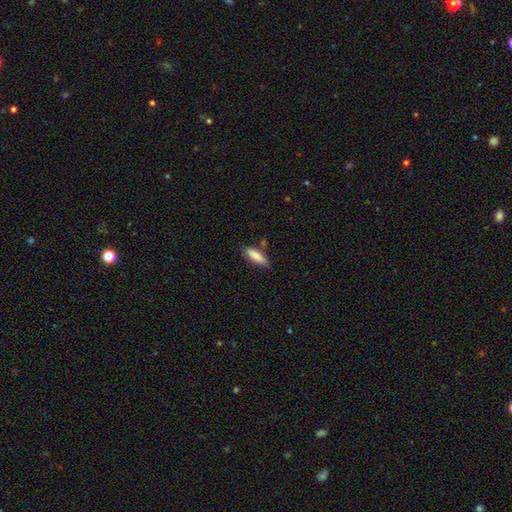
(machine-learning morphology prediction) smooth_or_featured: smooth (p=0.85) [alt: featured or disk p=0.09]
how_rounded: in between (p=0.60) [alt: cigar-shaped p=0.39]
merging: none (p=0.70) [alt: minor disturbance p=0.21]